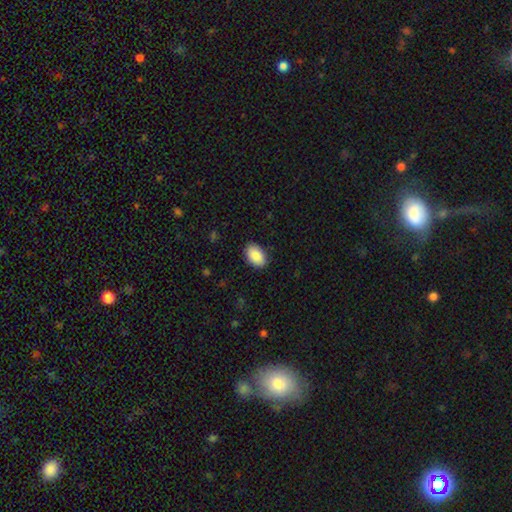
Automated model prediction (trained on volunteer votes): Smooth or featured? smooth (89%)
How rounded? in between (92%)
Merging? none (88%)